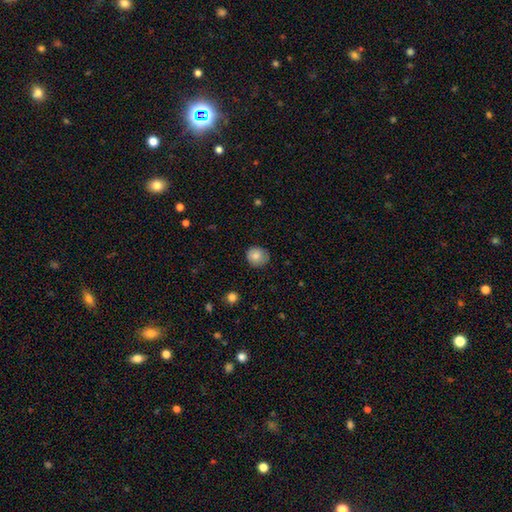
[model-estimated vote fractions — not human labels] Overall: smooth (83%). How rounded: round (82%). Merging: none (81%).